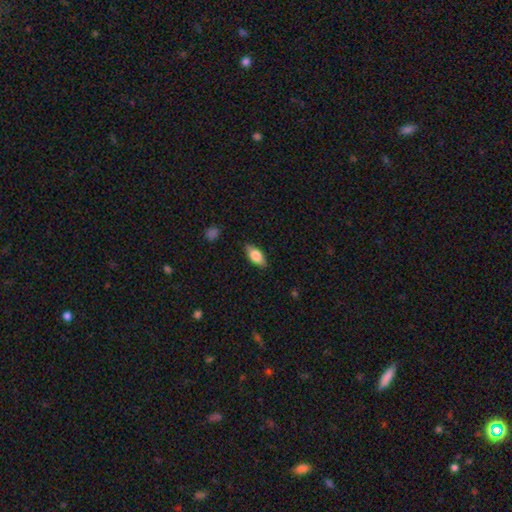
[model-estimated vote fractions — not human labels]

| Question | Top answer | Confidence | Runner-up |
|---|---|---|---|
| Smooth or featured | smooth | 75% | featured or disk (19%) |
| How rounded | in between | 85% | cigar-shaped (11%) |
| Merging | none | 85% | minor disturbance (12%) |